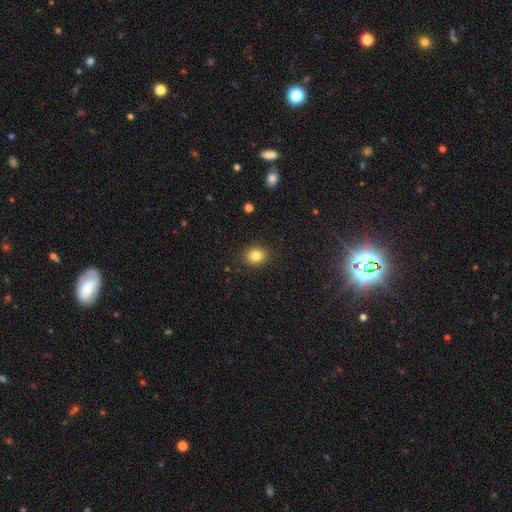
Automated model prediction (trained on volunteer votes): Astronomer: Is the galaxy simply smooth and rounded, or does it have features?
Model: smooth — 83%.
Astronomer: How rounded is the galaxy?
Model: round — 60% (runner-up: in between, 40%).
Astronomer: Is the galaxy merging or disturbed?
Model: none — 89%.